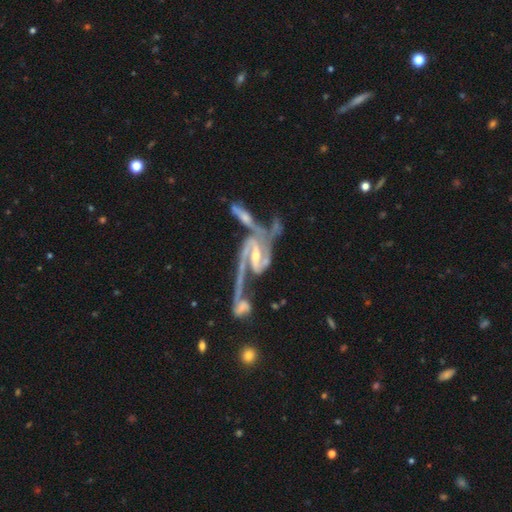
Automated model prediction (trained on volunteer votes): The model was most divided on "bulge size": small: 54%, moderate: 41%, none: 2%, large: 2%, dominant: 1%. Remaining: spiral arms — yes (97%); edge-on disk — no (96%); smooth or featured — featured or disk (93%); spiral arm count — 2 (84%); merging — merger (51%); bar — strong (49%); spiral winding — medium (48%).